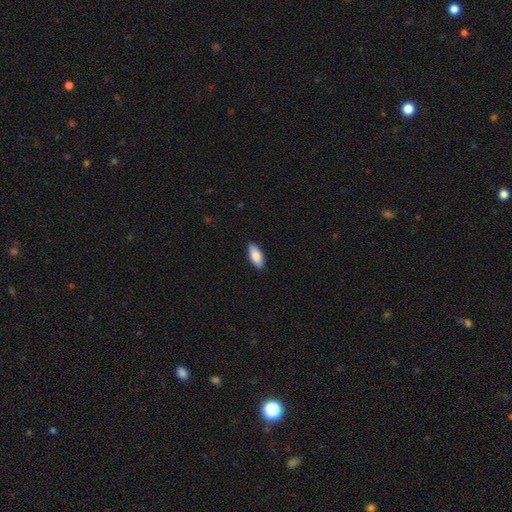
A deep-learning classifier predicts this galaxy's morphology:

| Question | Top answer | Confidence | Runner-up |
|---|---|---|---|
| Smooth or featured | smooth | 86% | featured or disk (8%) |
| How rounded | in between | 86% | cigar-shaped (12%) |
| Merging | none | 88% | minor disturbance (9%) |